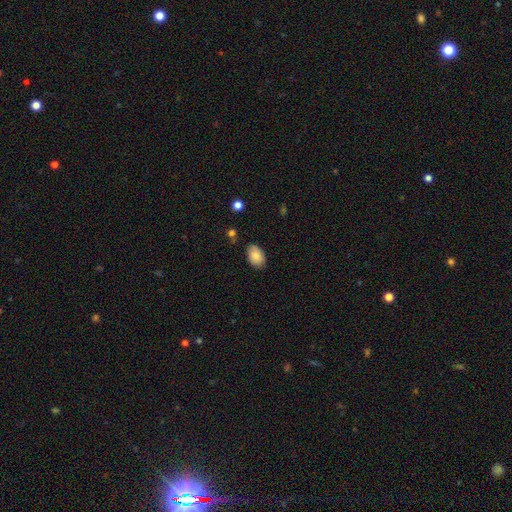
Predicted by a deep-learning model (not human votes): A smooth galaxy with no disk features (83%) that is in between round and cigar-shaped (88%). Merging: none (79%).